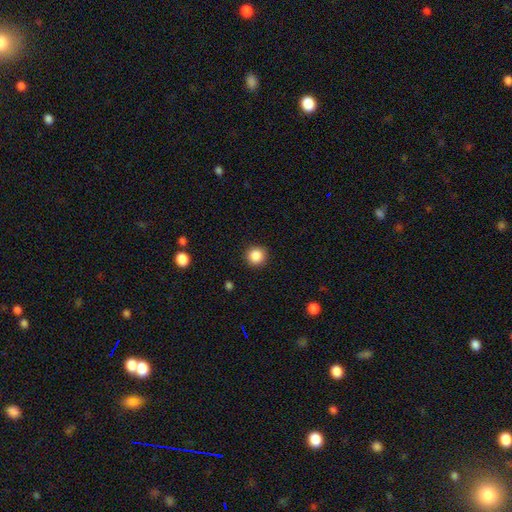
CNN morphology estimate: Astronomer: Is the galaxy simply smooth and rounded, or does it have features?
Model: smooth — 87%.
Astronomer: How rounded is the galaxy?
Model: round — 94%.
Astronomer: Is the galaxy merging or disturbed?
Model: none — 91%.